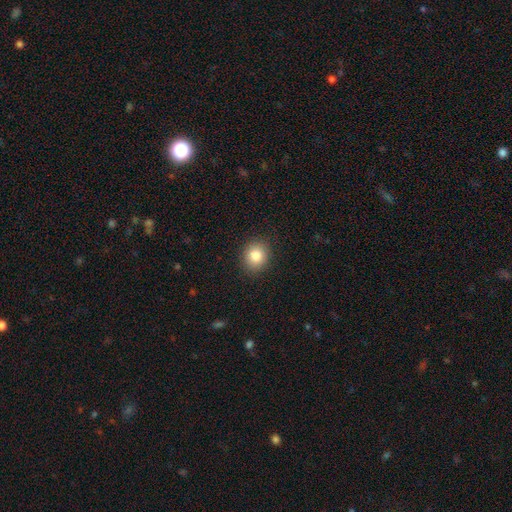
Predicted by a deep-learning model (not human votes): Smooth or featured? smooth (83%)
How rounded? round (73%)
Merging? none (90%)